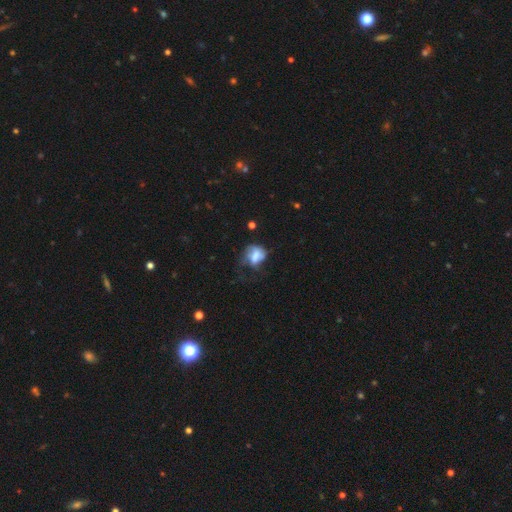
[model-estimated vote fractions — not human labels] Smooth or featured: smooth — 54% (featured or disk — 36%)
How rounded: in between — 59% (round — 39%)
Merging: major disturbance — 41% (none — 28%)